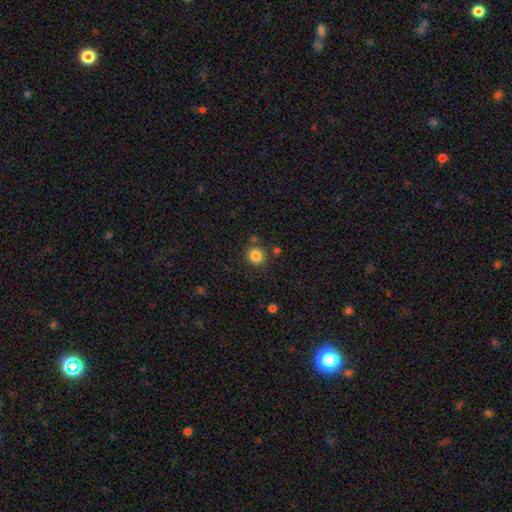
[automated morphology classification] Overall: smooth (85%). How rounded: round (87%). Merging: none (83%).